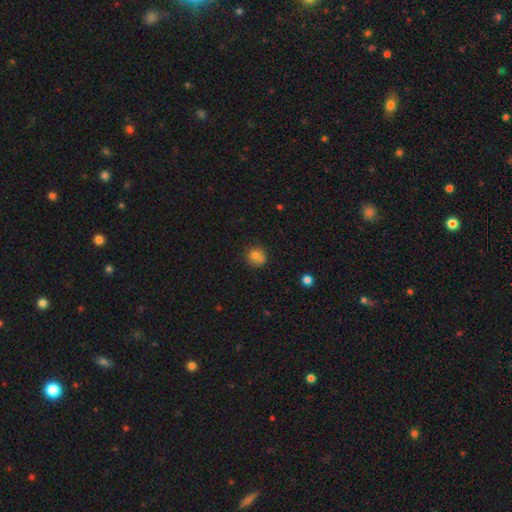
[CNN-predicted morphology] This is likely a smooth galaxy (76%). How rounded: clearly round (82%). Merging: likely none (61%).